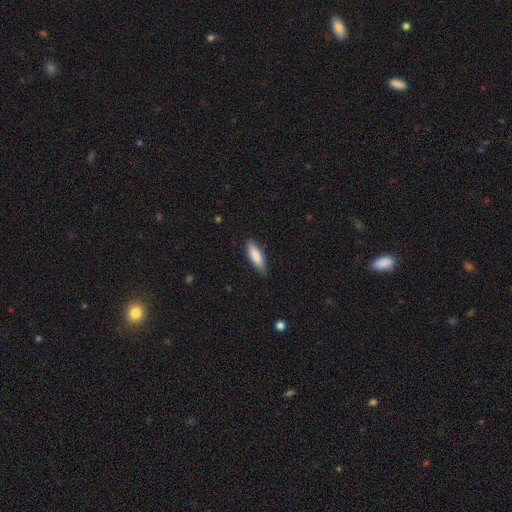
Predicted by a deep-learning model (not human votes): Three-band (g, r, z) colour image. It shows a smooth galaxy with no disk features (83%) that is cigar-shaped (52%). Merging: none (83%).